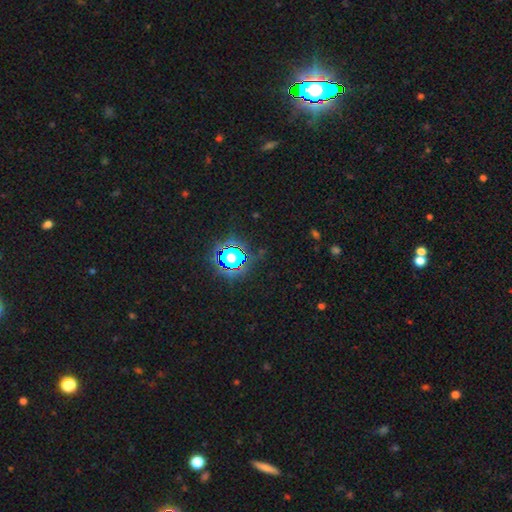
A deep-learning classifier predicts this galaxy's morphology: type=star or artifact (77%).